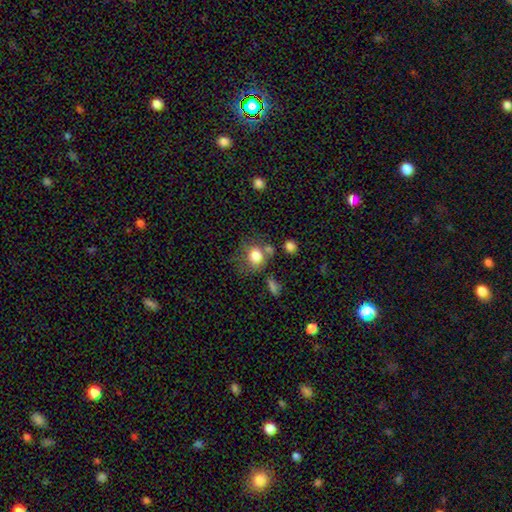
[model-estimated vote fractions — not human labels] Smooth or featured? smooth (79%)
How rounded? round (71%)
Merging? none (52%)